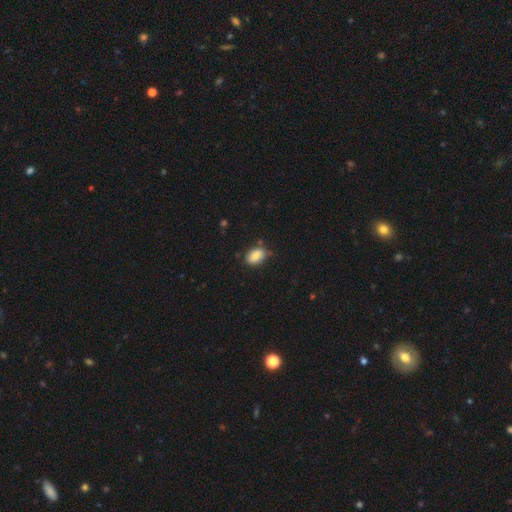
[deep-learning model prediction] Smooth or featured? Predicted: smooth (p=0.85). How rounded? Predicted: in between (p=0.86). Merging? Predicted: none (p=0.67).